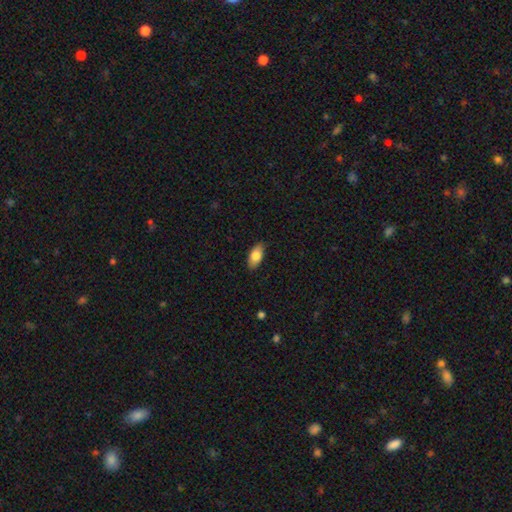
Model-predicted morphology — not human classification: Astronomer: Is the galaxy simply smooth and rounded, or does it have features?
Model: smooth — 82%.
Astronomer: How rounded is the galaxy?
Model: in between — 91%.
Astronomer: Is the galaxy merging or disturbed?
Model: none — 86%.